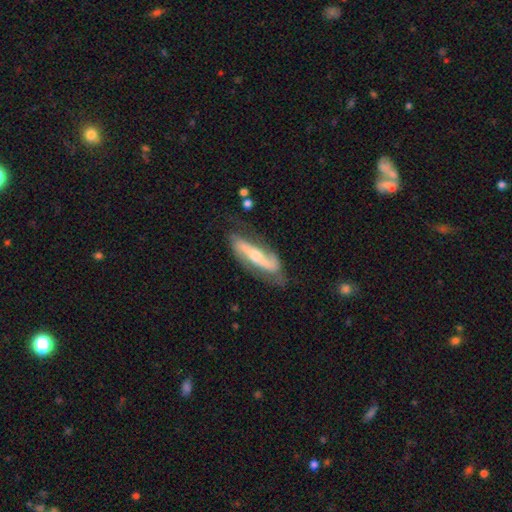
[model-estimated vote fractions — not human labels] A featured or disk galaxy (79%) with a strong bar (49%), 2 (87%) loose (49%) spiral arms (90%) and a moderate central bulge (55%). Merging: none (66%).